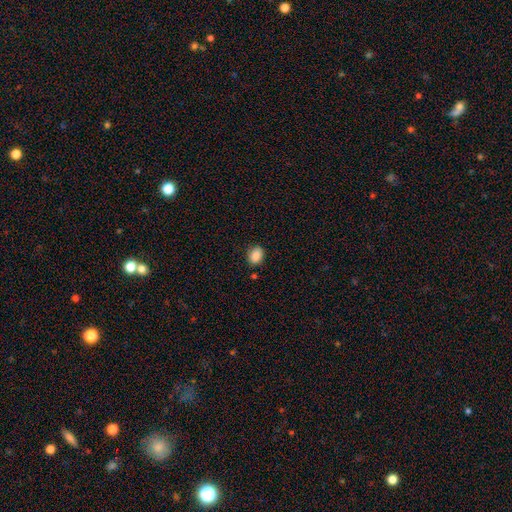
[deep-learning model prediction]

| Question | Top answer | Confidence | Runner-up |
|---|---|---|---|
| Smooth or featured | smooth | 87% | star or artifact (9%) |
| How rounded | in between | 61% | round (38%) |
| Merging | none | 82% | minor disturbance (13%) |